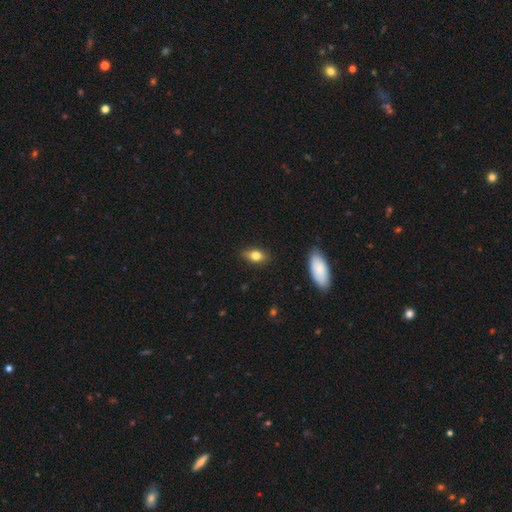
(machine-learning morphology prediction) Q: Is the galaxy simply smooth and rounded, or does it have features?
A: smooth — 77%.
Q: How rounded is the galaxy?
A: in between — 82%.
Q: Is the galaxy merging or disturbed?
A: none — 84%.